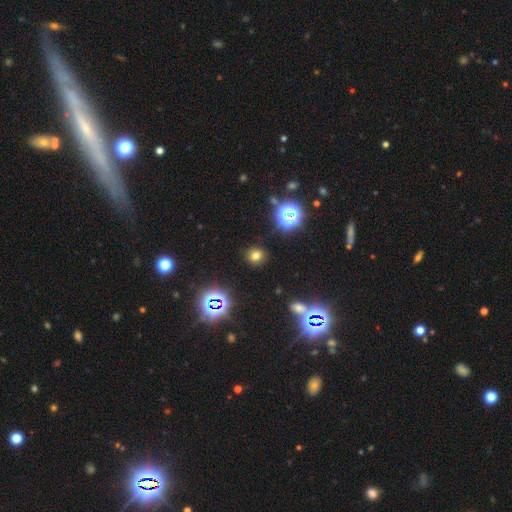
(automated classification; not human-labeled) A smooth galaxy with no disk features (71%) that is round (88%). Merging: none (89%).